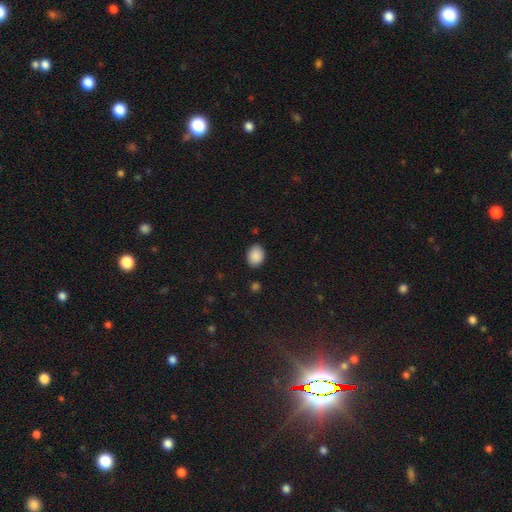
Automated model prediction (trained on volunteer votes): Morphology: type=smooth (89%); roundness=in between (65%); merging=none (86%).